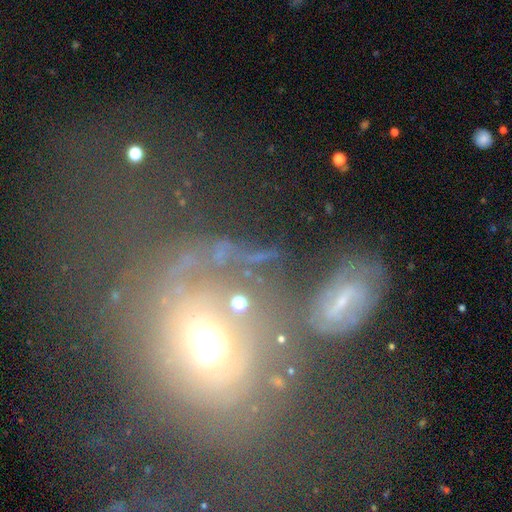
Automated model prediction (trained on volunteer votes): A featured or disk galaxy (45%). Merging: none (42%).